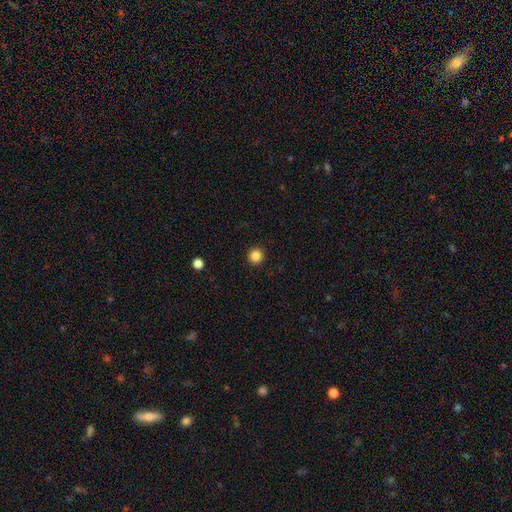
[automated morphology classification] Smooth or featured? smooth (85%)
How rounded? round (96%)
Merging? none (93%)